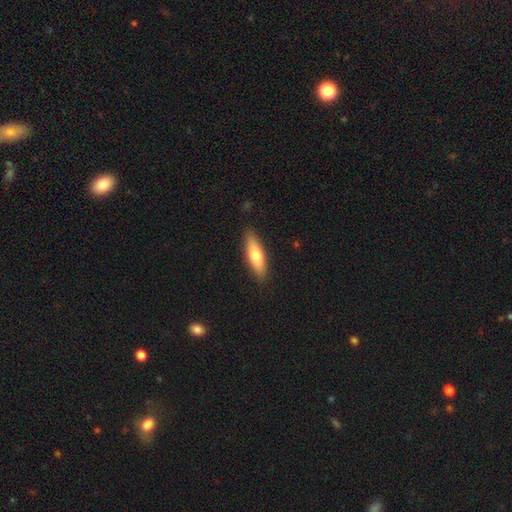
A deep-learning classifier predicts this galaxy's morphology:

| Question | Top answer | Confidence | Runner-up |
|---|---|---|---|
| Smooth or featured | smooth | 69% | featured or disk (25%) |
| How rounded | cigar-shaped | 58% | in between (40%) |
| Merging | none | 88% | minor disturbance (9%) |